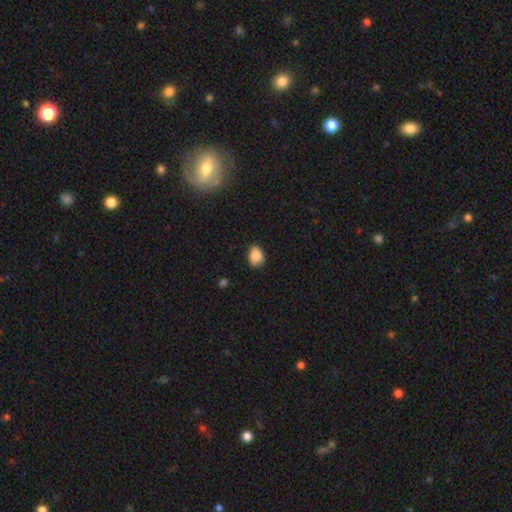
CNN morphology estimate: Q: Smooth or featured?
A: smooth (87%); runner-up: star or artifact (8%)
Q: How rounded?
A: in between (69%); runner-up: round (30%)
Q: Merging?
A: none (73%); runner-up: minor disturbance (22%)